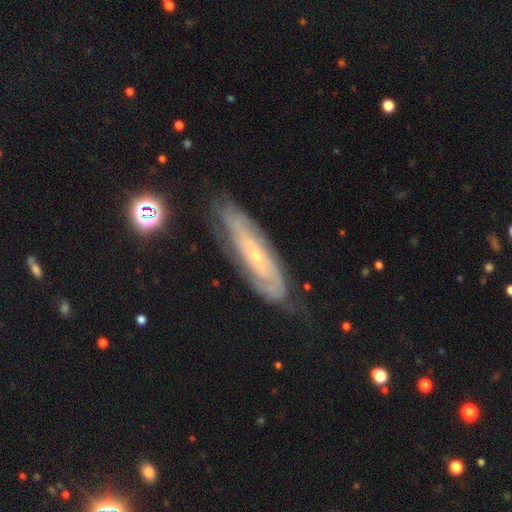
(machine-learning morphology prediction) A featured or disk galaxy (76%) with no bar (69%), tight (68%) spiral arms (86%) and a small central bulge (80%). Merging: none (73%).